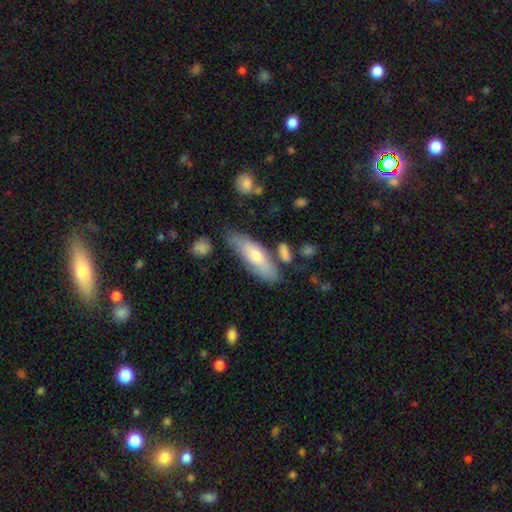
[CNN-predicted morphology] Q: Smooth or featured?
A: smooth (64%); runner-up: featured or disk (30%)
Q: How rounded?
A: in between (51%); runner-up: cigar-shaped (47%)
Q: Merging?
A: none (64%); runner-up: minor disturbance (22%)